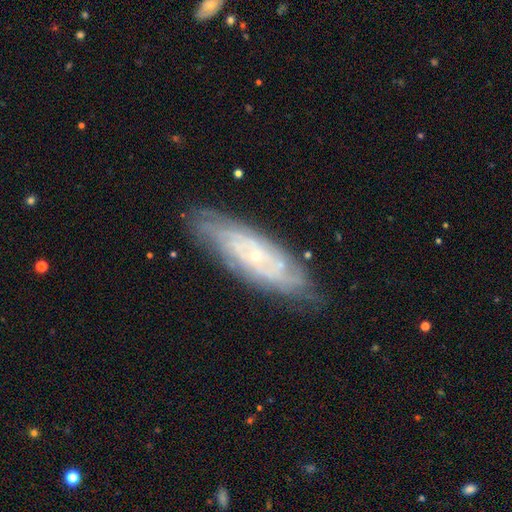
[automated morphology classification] The model was most divided on "spiral arm count": can't tell: 51%, 2: 16%, 4: 11%, 3: 10%, more than 4: 7%, 1: 5%. More confident: spiral arms — yes (92%); edge-on disk — no (84%); bulge size — small (81%); smooth or featured — featured or disk (80%); merging — none (79%); spiral winding — tight (73%); bar — no (72%).